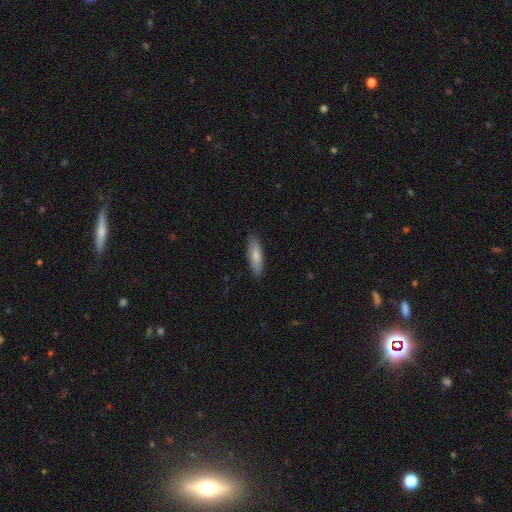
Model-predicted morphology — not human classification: A smooth galaxy with no disk features (78%) that is cigar-shaped (51%). Merging: none (87%).